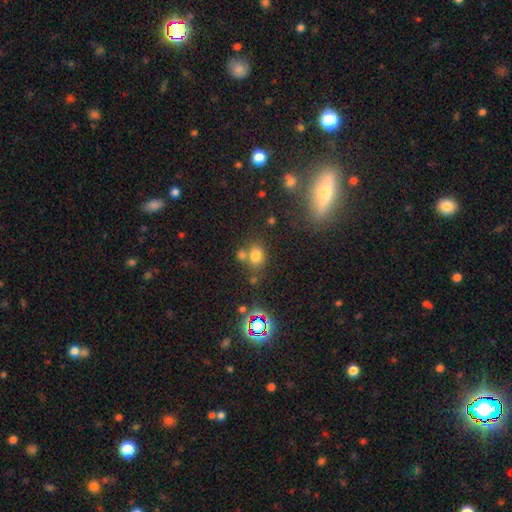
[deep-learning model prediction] Q: Smooth or featured?
A: smooth (72%); runner-up: star or artifact (20%)
Q: How rounded?
A: round (57%); runner-up: in between (41%)
Q: Merging?
A: none (58%); runner-up: merger (25%)